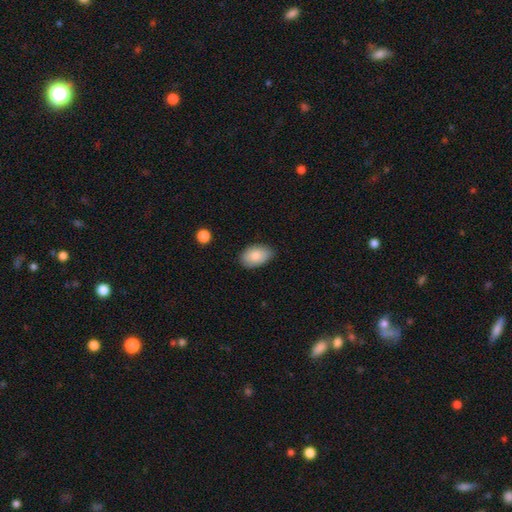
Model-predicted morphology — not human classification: type=smooth (85%); roundness=in between (92%); merging=none (81%).